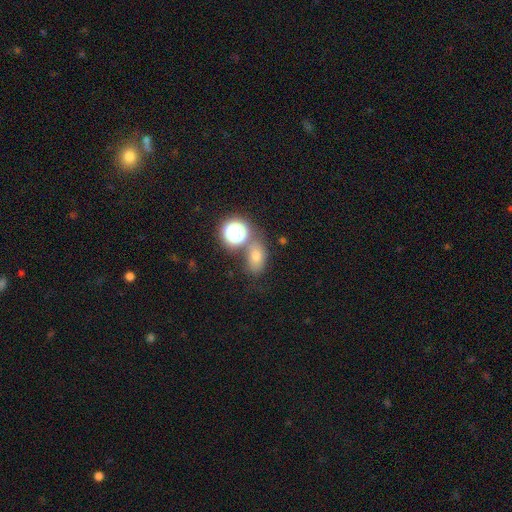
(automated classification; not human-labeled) Smooth or featured?
  - smooth: 62% *
  - star or artifact: 25%
  - featured or disk: 13%
How rounded?
  - in between: 69% *
  - round: 29%
  - cigar-shaped: 2%
Merging?
  - none: 64% *
  - merger: 17%
  - minor disturbance: 13%
  - major disturbance: 6%